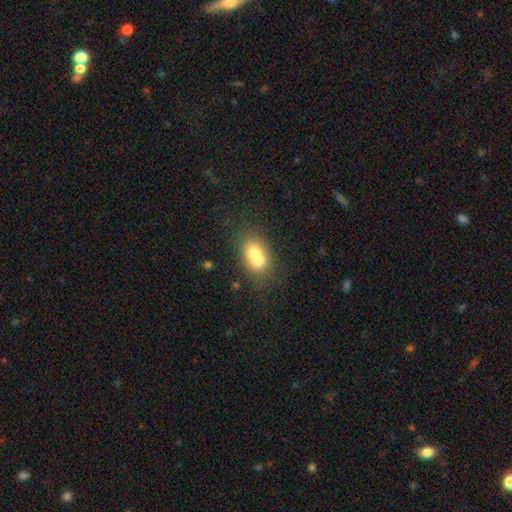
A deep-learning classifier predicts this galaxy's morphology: A smooth galaxy with no disk features (66%) that is in between round and cigar-shaped (66%).

Vote fractions:
- Smooth or featured? smooth: 66% / featured or disk: 25% / star or artifact: 10%
- How rounded? in between: 66% / round: 32% / cigar-shaped: 2%
- Merging? merger: 59% / none: 28% / minor disturbance: 9% / major disturbance: 4%